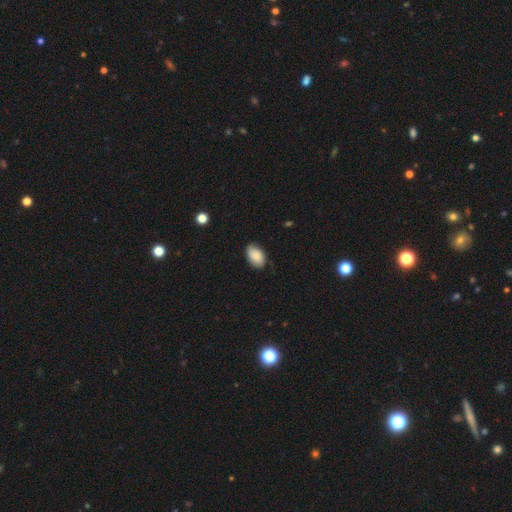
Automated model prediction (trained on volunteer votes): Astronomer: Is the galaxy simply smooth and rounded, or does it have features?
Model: smooth — 81%.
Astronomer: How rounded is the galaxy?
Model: in between — 90%.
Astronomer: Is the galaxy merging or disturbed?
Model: none — 75%.